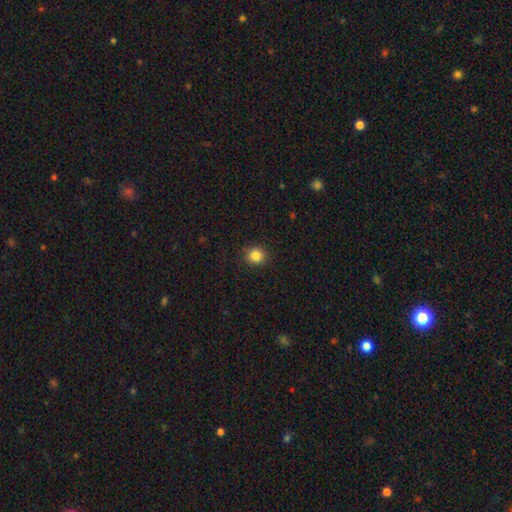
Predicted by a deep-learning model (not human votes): A smooth galaxy with no disk features (84%) that is round (90%).

Vote fractions:
- Smooth or featured? smooth: 84% / star or artifact: 11% / featured or disk: 5%
- How rounded? round: 90% / in between: 9% / cigar-shaped: 1%
- Merging? none: 90% / minor disturbance: 7% / major disturbance: 2% / merger: 1%